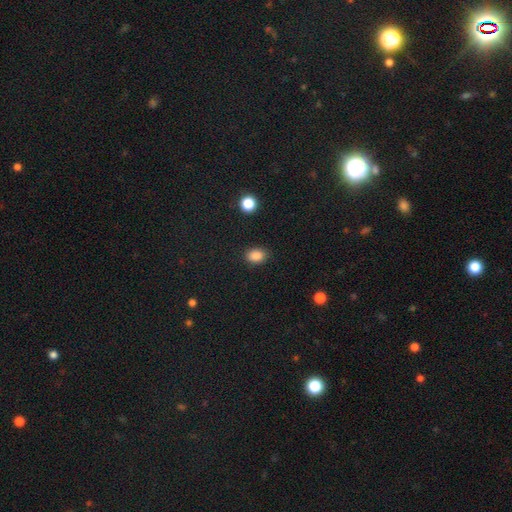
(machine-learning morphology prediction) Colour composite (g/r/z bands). It shows a smooth galaxy with no disk features (87%) that is in between round and cigar-shaped (70%). Merging: none (85%).